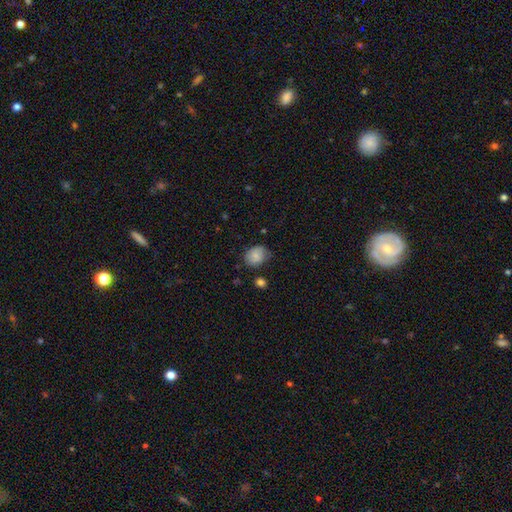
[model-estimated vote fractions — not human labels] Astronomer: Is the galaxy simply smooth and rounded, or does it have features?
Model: smooth — 82%.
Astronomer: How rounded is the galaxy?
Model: round — 51% (runner-up: in between, 48%).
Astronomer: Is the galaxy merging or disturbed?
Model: none — 64%.